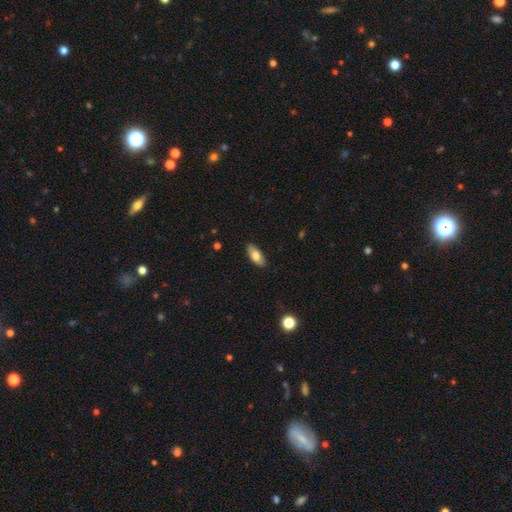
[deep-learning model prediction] smooth_or_featured: smooth (p=0.77) [alt: featured or disk p=0.17]
how_rounded: in between (p=0.84) [alt: cigar-shaped p=0.13]
merging: none (p=0.88) [alt: minor disturbance p=0.09]